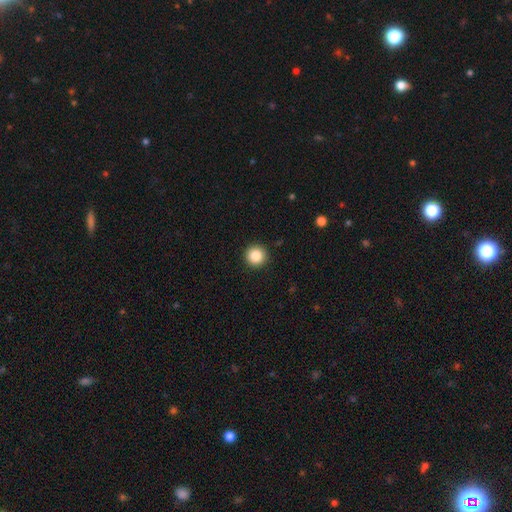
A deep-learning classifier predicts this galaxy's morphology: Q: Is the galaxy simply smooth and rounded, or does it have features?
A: smooth — 86%.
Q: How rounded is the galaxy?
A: round — 96%.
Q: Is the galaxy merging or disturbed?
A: none — 93%.